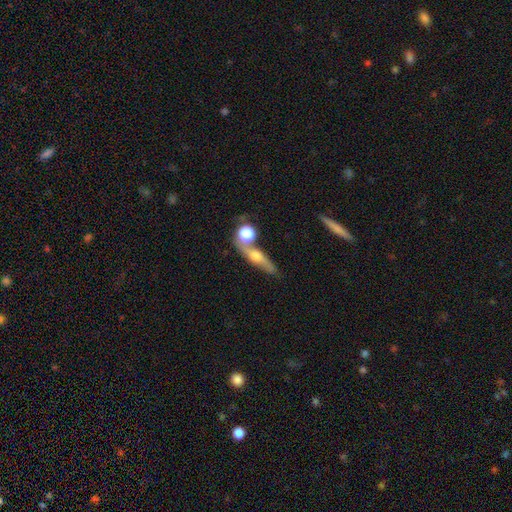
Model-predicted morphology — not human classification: A featured or disk galaxy (58%) viewed edge-on (78%).

Vote fractions:
- Smooth or featured? featured or disk: 58% / smooth: 32% / star or artifact: 10%
- Edge-on disk? yes: 78% / no: 22%
- Merging? none: 64% / merger: 19% / minor disturbance: 13% / major disturbance: 5%